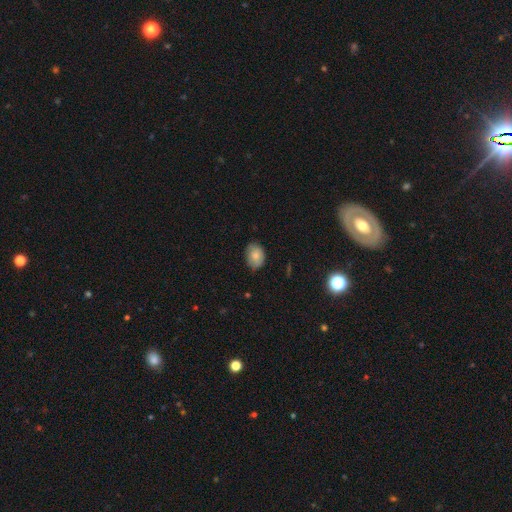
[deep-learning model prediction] smooth-or-featured: smooth: 80% | featured or disk: 12% | star or artifact: 8%
  how-rounded: in between: 72% | round: 27% | cigar-shaped: 1%
  merging: none: 74% | minor disturbance: 22% | major disturbance: 3% | merger: 1%